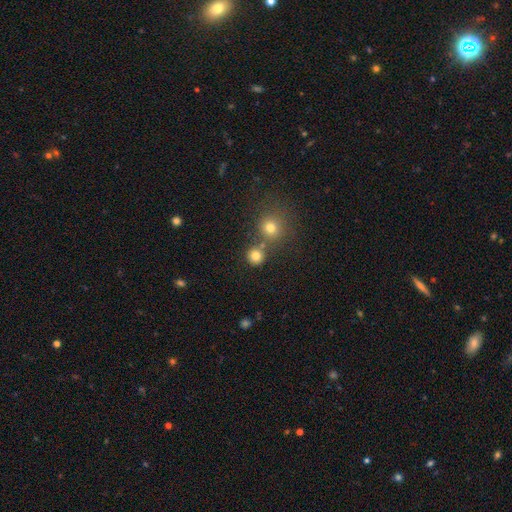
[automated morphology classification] smooth 79%, star or artifact 14%, featured or disk 6%. Down the decision tree: how rounded — round (92%); merging — none (73%).